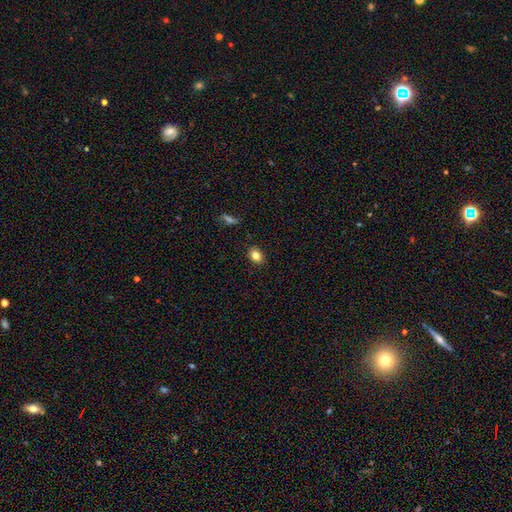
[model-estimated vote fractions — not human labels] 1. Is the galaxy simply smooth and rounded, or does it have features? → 82% smooth, 10% star or artifact, 8% featured or disk.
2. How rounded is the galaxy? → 68% in between, 31% round, 1% cigar-shaped.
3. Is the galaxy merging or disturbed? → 88% none, 8% minor disturbance, 2% major disturbance, 1% merger.